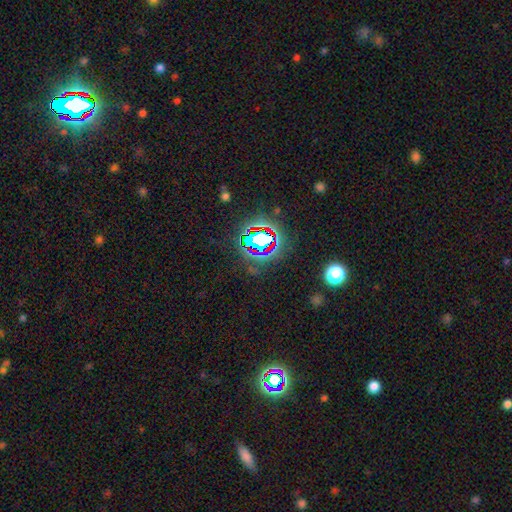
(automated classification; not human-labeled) star or artifact 81%, smooth 12%, featured or disk 8%.